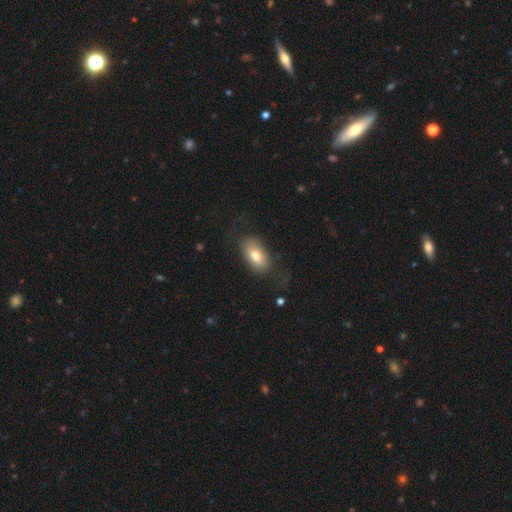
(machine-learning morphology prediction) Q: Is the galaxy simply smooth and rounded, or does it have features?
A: smooth — 74%.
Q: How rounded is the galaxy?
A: in between — 92%.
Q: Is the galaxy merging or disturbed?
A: none — 69%.